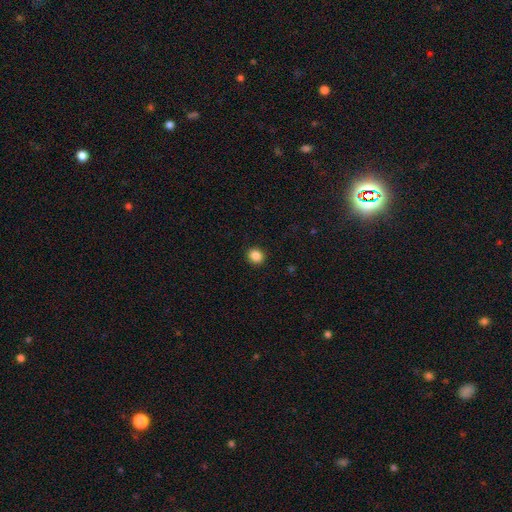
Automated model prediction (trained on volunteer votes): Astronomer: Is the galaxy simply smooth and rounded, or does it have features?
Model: smooth — 87%.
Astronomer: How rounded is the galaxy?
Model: round — 84%.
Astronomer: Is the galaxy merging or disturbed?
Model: none — 92%.